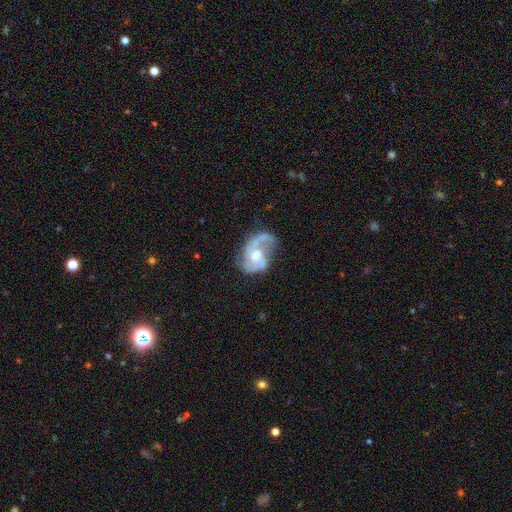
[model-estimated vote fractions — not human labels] Smooth or featured?
  - featured or disk: 84% *
  - smooth: 11%
  - star or artifact: 5%
Edge-on disk?
  - no: 98% *
  - yes: 2%
Bar?
  - no: 49% *
  - weak: 43%
  - strong: 8%
Spiral arms?
  - yes: 93% *
  - no: 7%
Spiral winding?
  - medium: 49% *
  - loose: 33%
  - tight: 18%
Spiral arm count?
  - 2: 70% *
  - 1: 16%
  - can't tell: 7%
  - 3: 4%
  - 4: 1%
  - more than 4: 1%
Bulge size?
  - moderate: 65% *
  - small: 25%
  - large: 7%
  - none: 3%
  - dominant: 1%
Merging?
  - none: 43% *
  - major disturbance: 26%
  - minor disturbance: 26%
  - merger: 5%